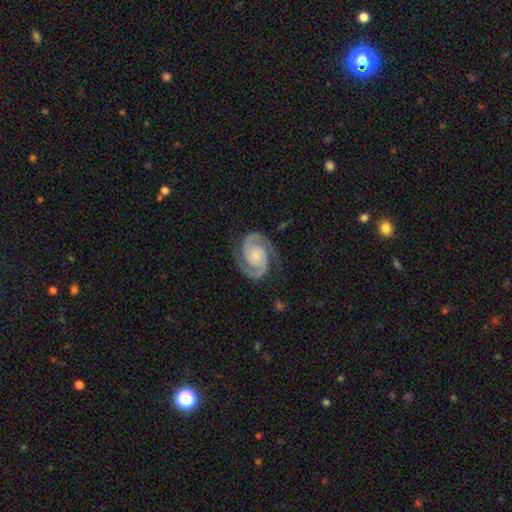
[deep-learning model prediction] Smooth or featured? featured or disk (93%)
Edge-on disk? no (98%)
Bar? no (69%)
Spiral arms? yes (99%)
Spiral winding? tight (52%)
Spiral arm count? 2 (94%)
Bulge size? small (52%)
Merging? none (82%)